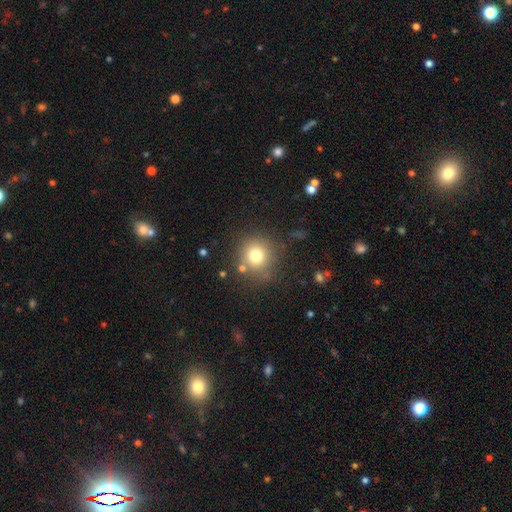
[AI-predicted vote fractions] Smooth or featured?
  - smooth: 75% *
  - star or artifact: 14%
  - featured or disk: 10%
How rounded?
  - round: 92% *
  - in between: 7%
  - cigar-shaped: 1%
Merging?
  - none: 80% *
  - minor disturbance: 10%
  - merger: 5%
  - major disturbance: 5%